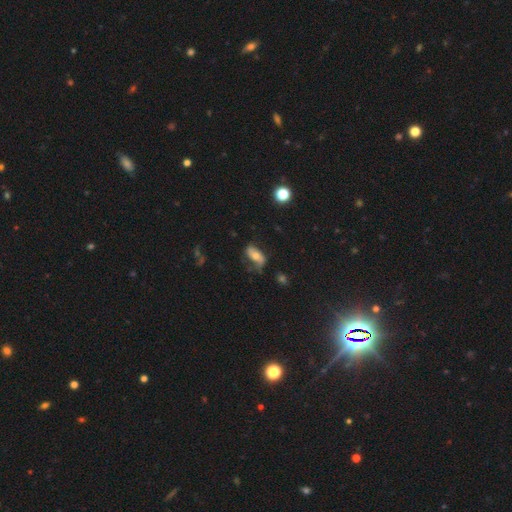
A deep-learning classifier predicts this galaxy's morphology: smooth 47%, featured or disk 43%, star or artifact 9%. Down the decision tree: merging — none (51%).